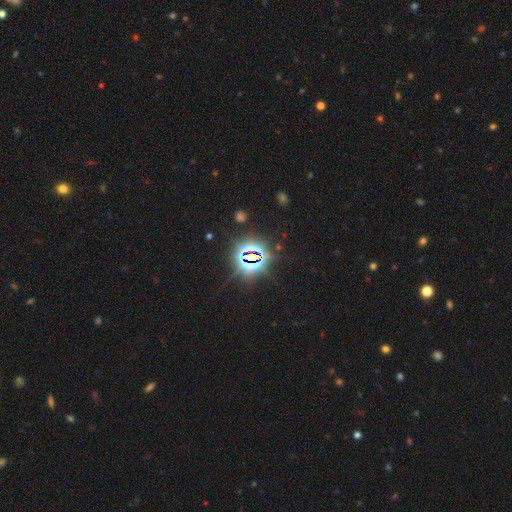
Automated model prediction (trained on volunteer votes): Smooth or featured? star or artifact (83%)